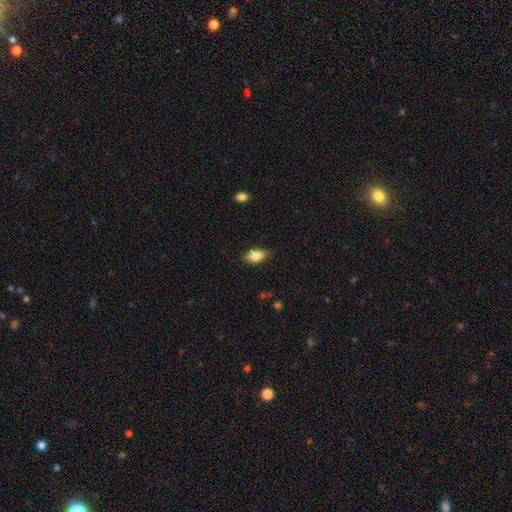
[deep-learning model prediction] A smooth galaxy with no disk features (84%) that is in between round and cigar-shaped (88%). Merging: none (83%).